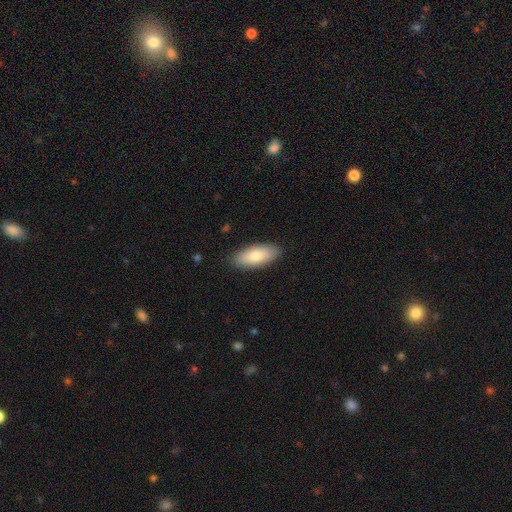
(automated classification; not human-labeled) The model was most divided on "smooth or featured": smooth: 80%, featured or disk: 14%, star or artifact: 6%. More confident: merging — none (88%); how rounded — in between (85%).